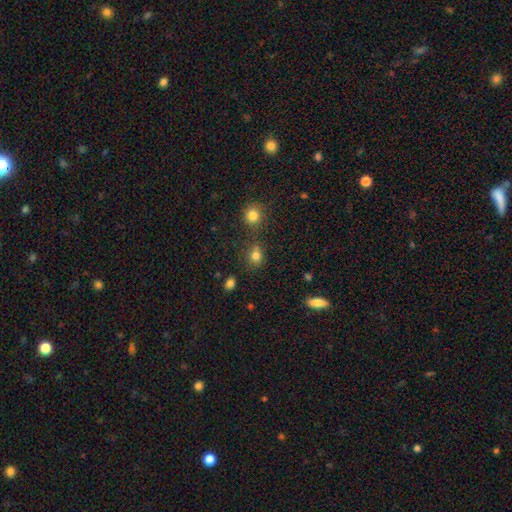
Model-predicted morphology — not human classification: This is likely a smooth galaxy (79%). How rounded: likely round (68%). Merging: likely none (71%).